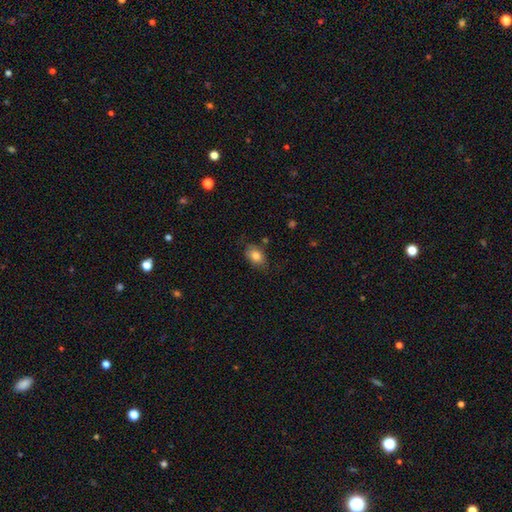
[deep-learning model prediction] Smooth or featured? smooth (82%)
How rounded? in between (83%)
Merging? none (74%)